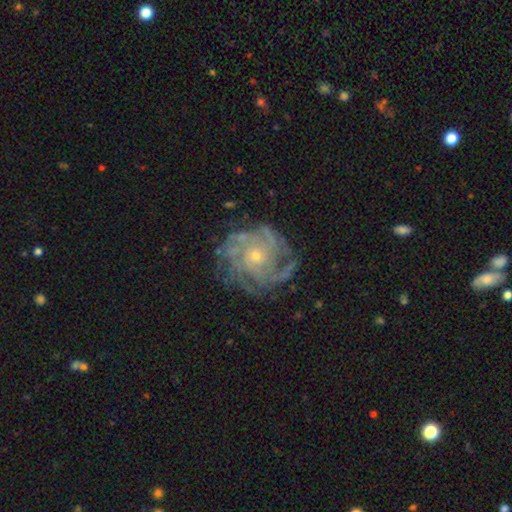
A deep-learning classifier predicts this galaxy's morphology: Smooth or featured? Predicted: featured or disk (p=0.87). Edge-on disk? Predicted: no (p=0.98). Bar? Predicted: no (p=0.80). Spiral arms? Predicted: yes (p=0.96). Spiral winding? Predicted: tight (p=0.67). Spiral arm count? Predicted: can't tell (p=0.26). Bulge size? Predicted: small (p=0.69). Merging? Predicted: none (p=0.74).